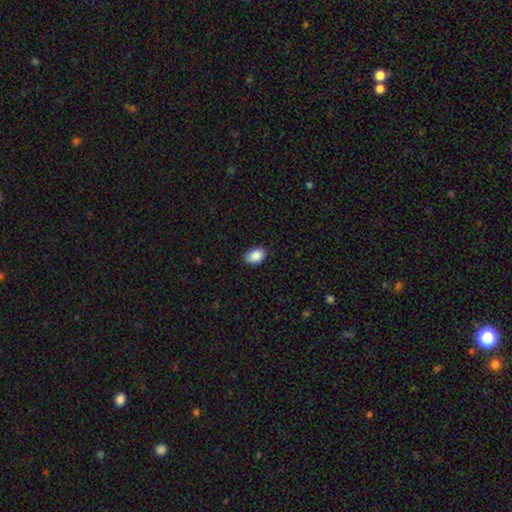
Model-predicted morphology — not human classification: Smooth or featured? smooth (89%)
How rounded? in between (85%)
Merging? none (82%)